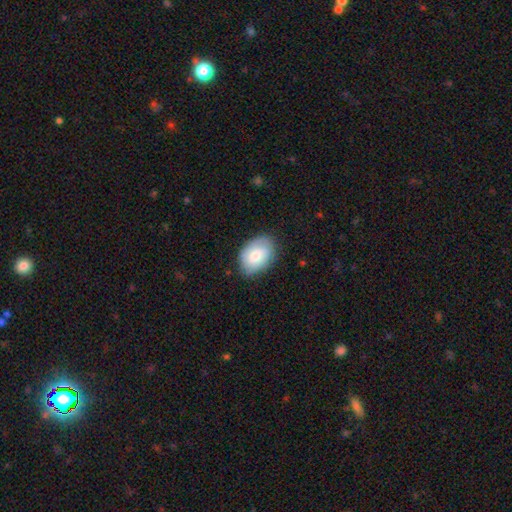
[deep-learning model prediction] Smooth or featured? Predicted: smooth (p=0.70). How rounded? Predicted: in between (p=0.83). Merging? Predicted: none (p=0.77).